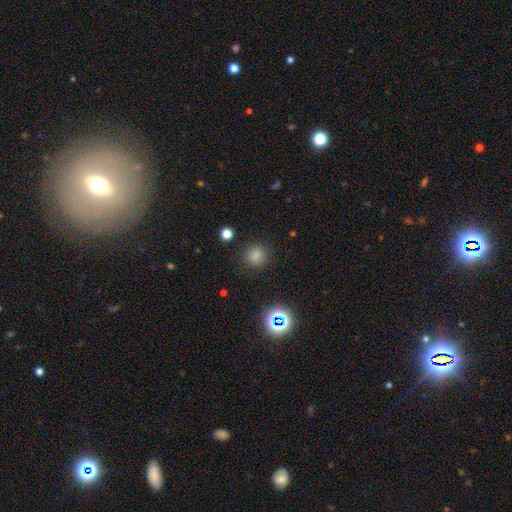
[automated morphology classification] Q: Smooth or featured?
A: smooth (79%); runner-up: star or artifact (16%)
Q: How rounded?
A: round (84%); runner-up: in between (15%)
Q: Merging?
A: none (87%); runner-up: minor disturbance (8%)